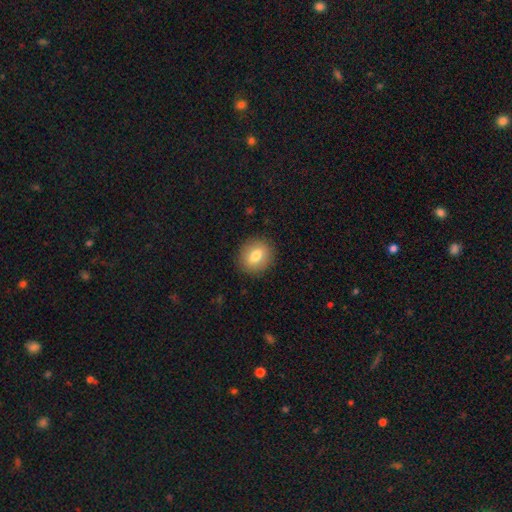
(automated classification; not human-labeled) smooth_or_featured: smooth (p=0.75) [alt: featured or disk p=0.16]
how_rounded: round (p=0.62) [alt: in between p=0.36]
merging: none (p=0.89) [alt: minor disturbance p=0.08]